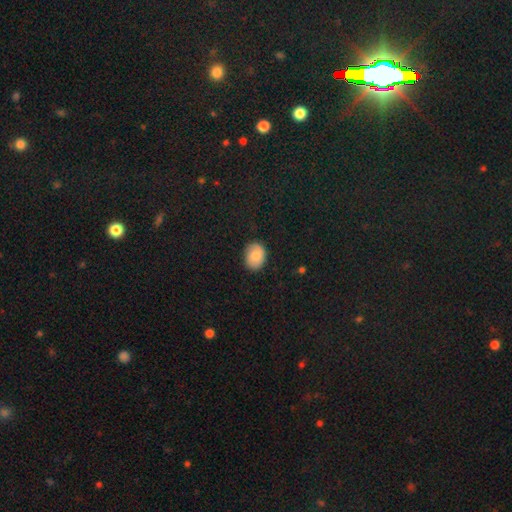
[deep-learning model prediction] This is likely a smooth galaxy (77%). How rounded: likely in between (61%). Merging: clearly none (82%).